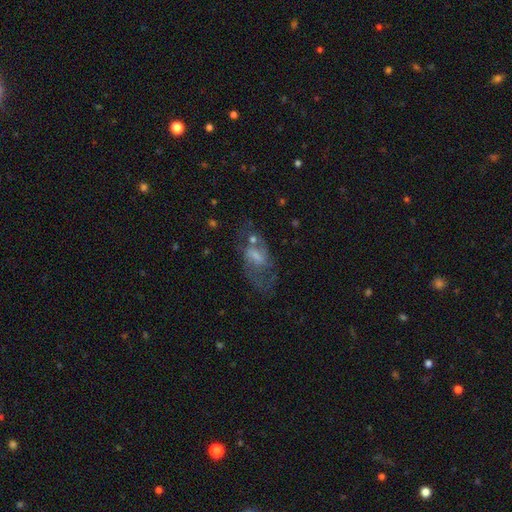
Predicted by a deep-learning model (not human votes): Smooth or featured? featured or disk (65%)
Edge-on disk? no (93%)
Bar? weak (52%)
Spiral arms? yes (74%)
Bulge size? small (43%)
Merging? none (54%)